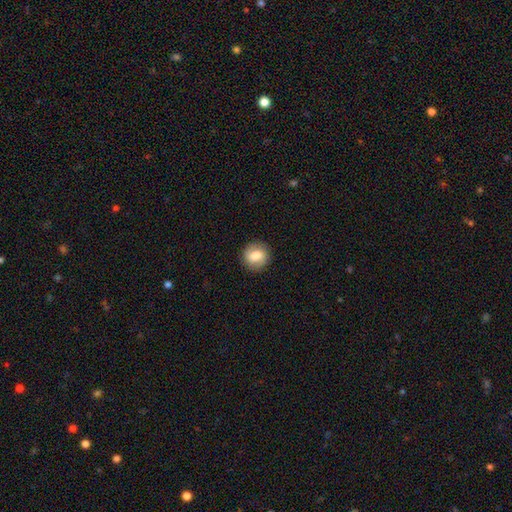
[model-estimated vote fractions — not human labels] A smooth galaxy with no disk features (67%) that is round (87%).

Vote fractions:
- Smooth or featured? smooth: 67% / featured or disk: 25% / star or artifact: 8%
- How rounded? round: 87% / in between: 12% / cigar-shaped: 1%
- Merging? none: 88% / minor disturbance: 8% / major disturbance: 3% / merger: 1%